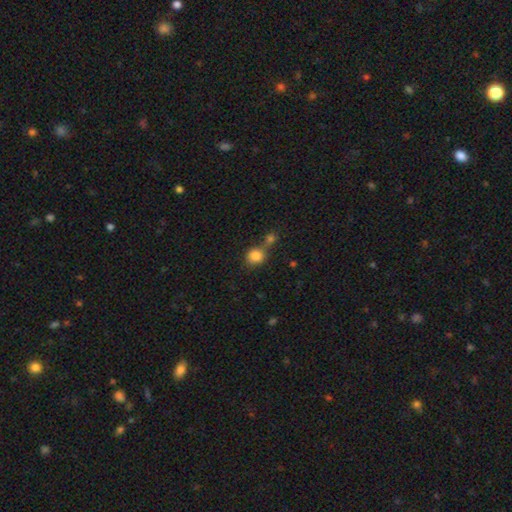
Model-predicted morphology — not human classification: A smooth galaxy with no disk features (83%) that is round (78%).

Vote fractions:
- Smooth or featured? smooth: 83% / star or artifact: 10% / featured or disk: 7%
- How rounded? round: 78% / in between: 21% / cigar-shaped: 1%
- Merging? none: 44% / merger: 39% / minor disturbance: 12% / major disturbance: 5%